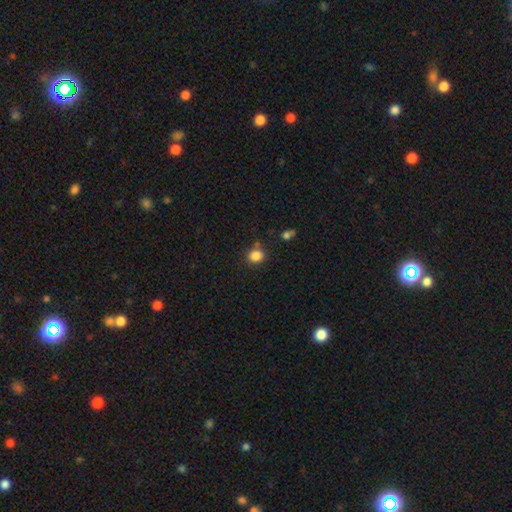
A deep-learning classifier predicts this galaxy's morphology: Q: Smooth or featured?
A: smooth (85%); runner-up: star or artifact (11%)
Q: How rounded?
A: round (79%); runner-up: in between (20%)
Q: Merging?
A: none (77%); runner-up: minor disturbance (12%)